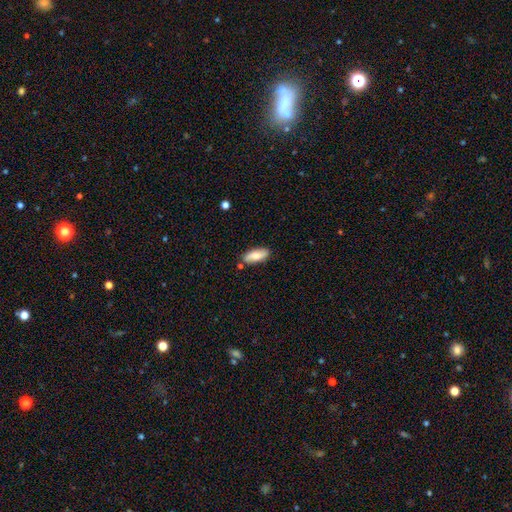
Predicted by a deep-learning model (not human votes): A smooth galaxy with no disk features (77%) that is in between round and cigar-shaped (80%). Merging: none (81%).